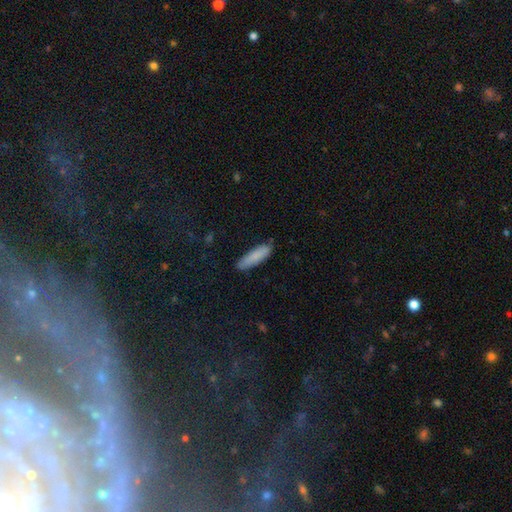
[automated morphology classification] Overall: smooth (86%). How rounded: cigar-shaped (61%; in between 38%). Merging: none (81%).